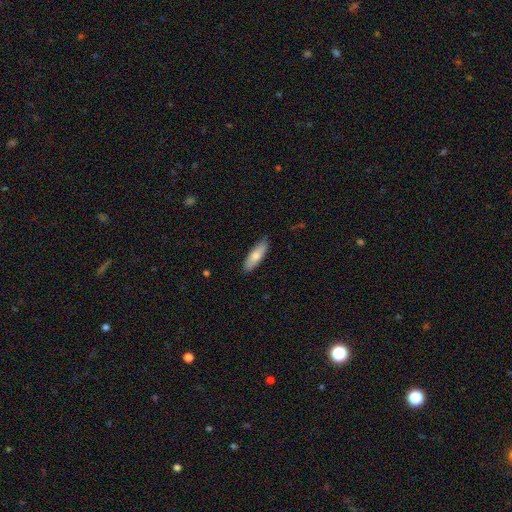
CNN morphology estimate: This is likely a smooth galaxy (75%). How rounded: possibly in between (50%). Merging: clearly none (88%).